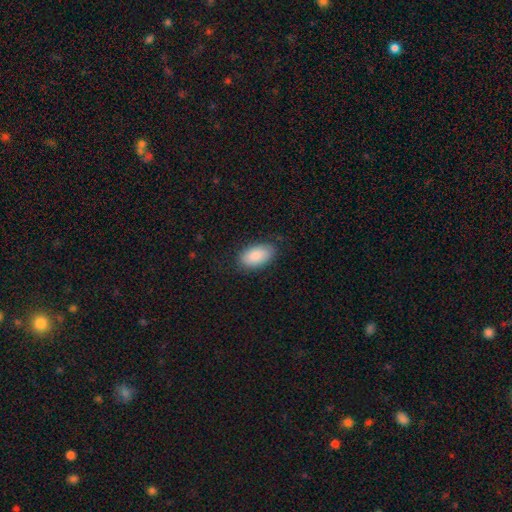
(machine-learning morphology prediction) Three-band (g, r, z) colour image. It shows a smooth galaxy with no disk features (89%) that is in between round and cigar-shaped (94%). Merging: none (82%).